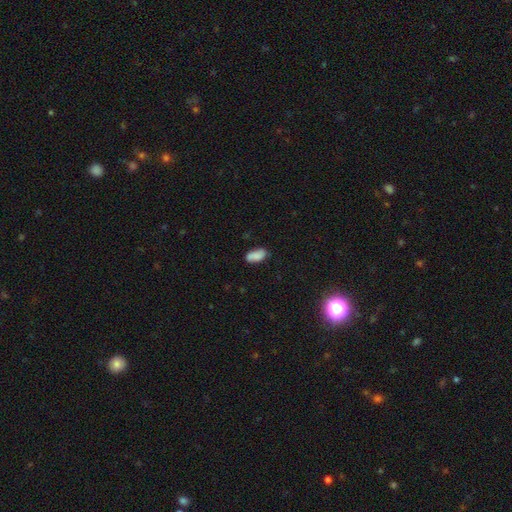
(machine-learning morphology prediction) The model was most divided on "merging": none: 72%, minor disturbance: 21%, major disturbance: 4%, merger: 3%. More confident: how rounded — in between (91%); smooth or featured — smooth (83%).